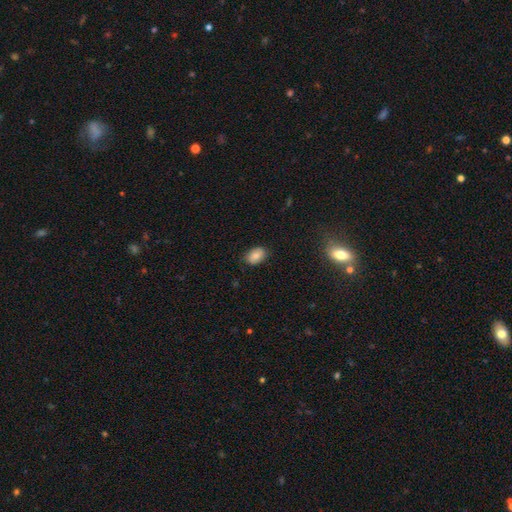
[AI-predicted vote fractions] Overall: smooth (82%). How rounded: in between (86%). Merging: none (80%).